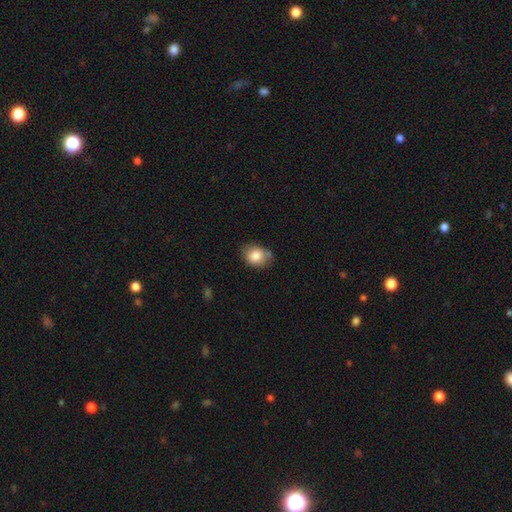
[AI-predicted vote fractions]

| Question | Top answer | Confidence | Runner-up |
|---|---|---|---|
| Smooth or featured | smooth | 82% | featured or disk (9%) |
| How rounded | in between | 55% | round (44%) |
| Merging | none | 65% | minor disturbance (24%) |